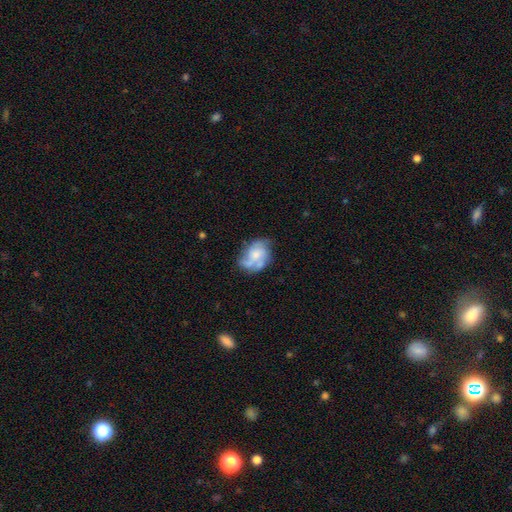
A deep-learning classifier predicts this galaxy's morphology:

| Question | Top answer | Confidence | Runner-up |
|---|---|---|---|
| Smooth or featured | featured or disk | 63% | smooth (29%) |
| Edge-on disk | no | 97% | yes (3%) |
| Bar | no | 74% | weak (22%) |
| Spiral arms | yes | 74% | no (26%) |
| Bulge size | moderate | 42% | small (32%) |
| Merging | none | 50% | minor disturbance (26%) |